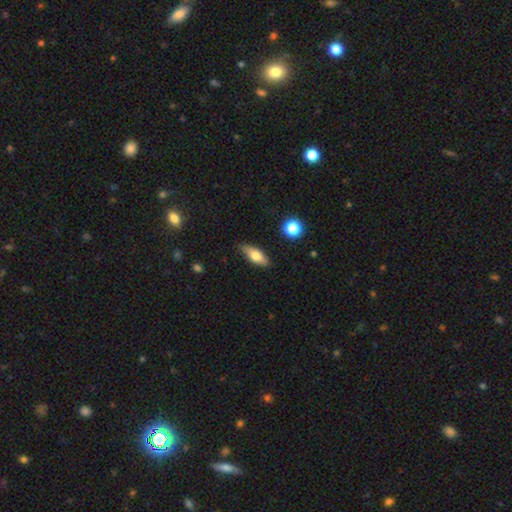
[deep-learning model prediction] smooth-or-featured: smooth: 67% | featured or disk: 26% | star or artifact: 7%
  how-rounded: in between: 69% | cigar-shaped: 27% | round: 4%
  merging: none: 83% | minor disturbance: 13% | major disturbance: 2% | merger: 2%